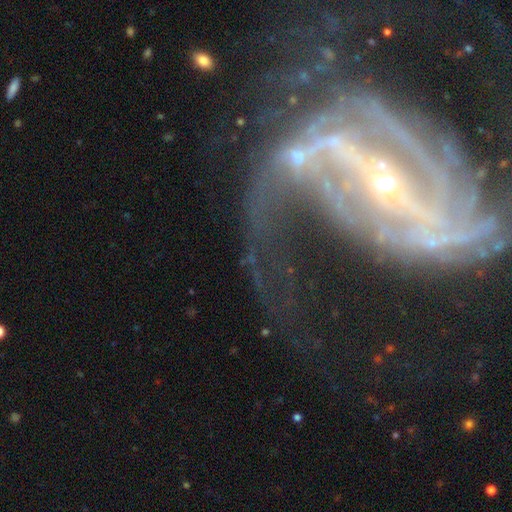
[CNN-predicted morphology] Smooth or featured?
  - featured or disk: 85% *
  - star or artifact: 10%
  - smooth: 5%
Edge-on disk?
  - no: 95% *
  - yes: 5%
Bar?
  - strong: 60% *
  - weak: 21%
  - no: 19%
Spiral arms?
  - yes: 89% *
  - no: 11%
Spiral winding?
  - medium: 40% *
  - loose: 38%
  - tight: 22%
Spiral arm count?
  - 2: 55% *
  - can't tell: 16%
  - 3: 10%
  - 1: 7%
  - 4: 6%
  - more than 4: 6%
Bulge size?
  - small: 81% *
  - moderate: 14%
  - none: 2%
  - large: 2%
  - dominant: 1%
Merging?
  - none: 40% *
  - major disturbance: 38%
  - minor disturbance: 16%
  - merger: 6%